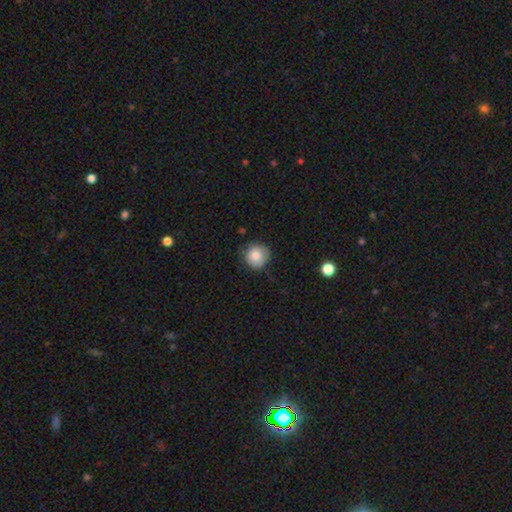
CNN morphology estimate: Q: Smooth or featured?
A: smooth (83%); runner-up: featured or disk (9%)
Q: How rounded?
A: round (91%); runner-up: in between (8%)
Q: Merging?
A: none (74%); runner-up: minor disturbance (21%)